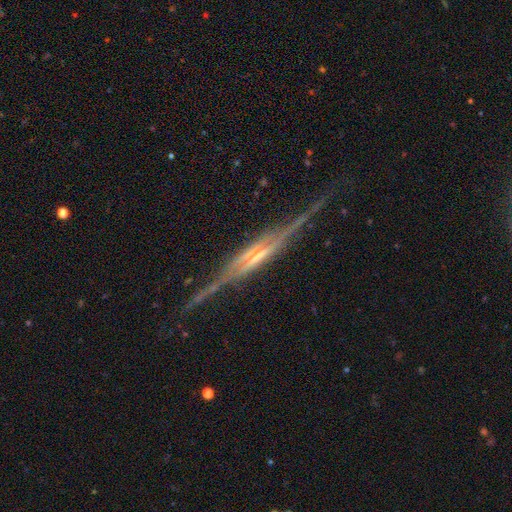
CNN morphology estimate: featured or disk 88%, star or artifact 6%, smooth 6%. Down the decision tree: edge-on disk — yes (96%); edge-on bulge — boxy (42%); merging — none (76%).